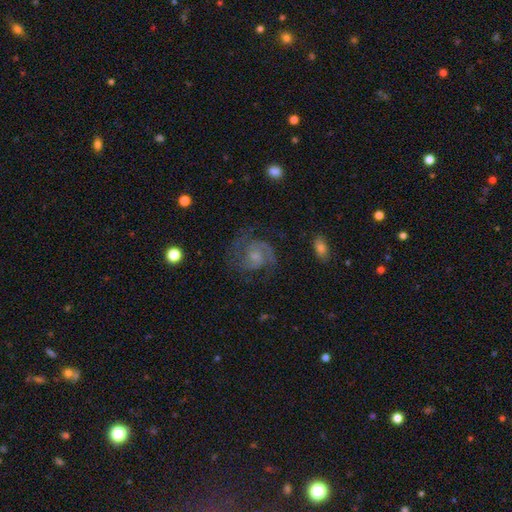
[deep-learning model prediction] A featured or disk galaxy (82%) with no bar (61%), 2 (69%) medium (50%) spiral arms (95%) and a small central bulge (54%). Merging: none (67%).